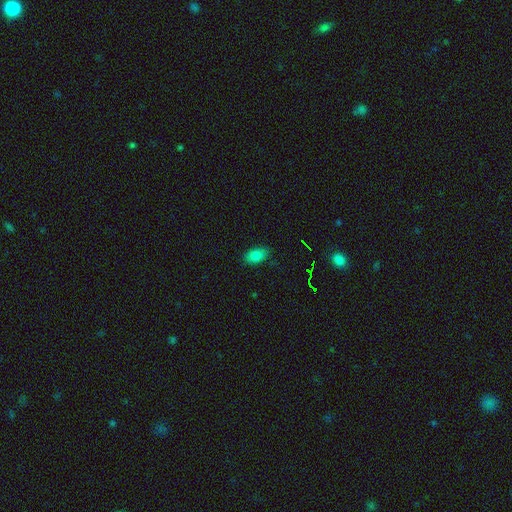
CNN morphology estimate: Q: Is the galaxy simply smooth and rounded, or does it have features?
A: smooth — 80%.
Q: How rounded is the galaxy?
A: in between — 90%.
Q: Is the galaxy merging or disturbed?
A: none — 84%.